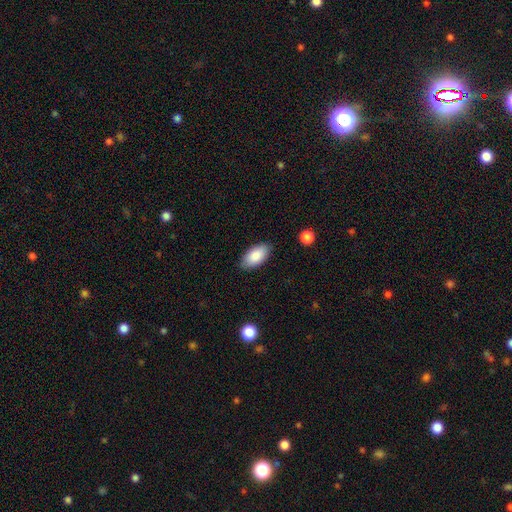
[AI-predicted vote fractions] Smooth or featured?
  - smooth: 87% *
  - featured or disk: 7%
  - star or artifact: 6%
How rounded?
  - in between: 94% *
  - cigar-shaped: 4%
  - round: 2%
Merging?
  - none: 86% *
  - minor disturbance: 11%
  - major disturbance: 2%
  - merger: 1%